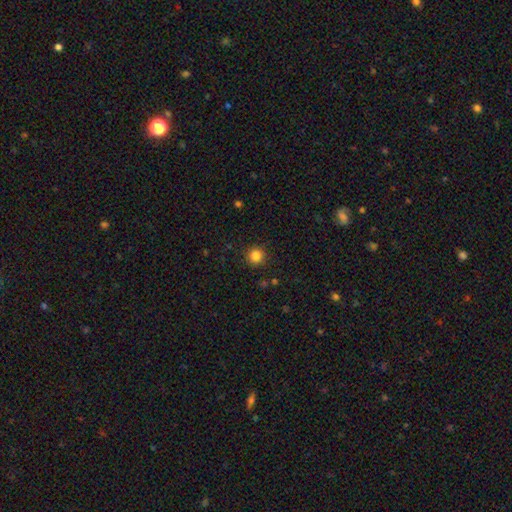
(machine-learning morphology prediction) Smooth or featured? Predicted: smooth (p=0.84). How rounded? Predicted: round (p=0.95). Merging? Predicted: none (p=0.90).